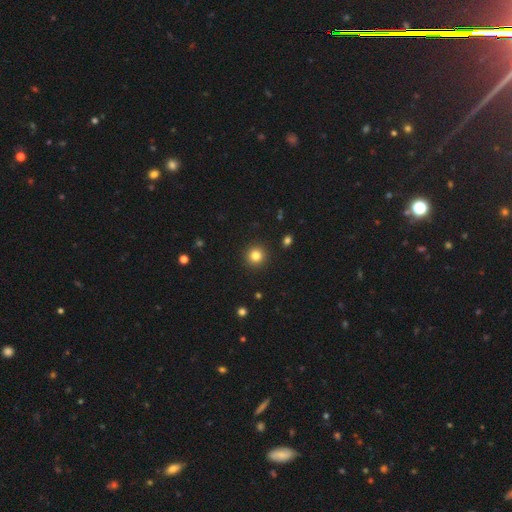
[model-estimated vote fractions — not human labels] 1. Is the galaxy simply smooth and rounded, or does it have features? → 83% smooth, 12% star or artifact, 5% featured or disk.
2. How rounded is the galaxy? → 95% round, 4% in between, 1% cigar-shaped.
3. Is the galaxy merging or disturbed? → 92% none, 5% minor disturbance, 2% major disturbance, 1% merger.